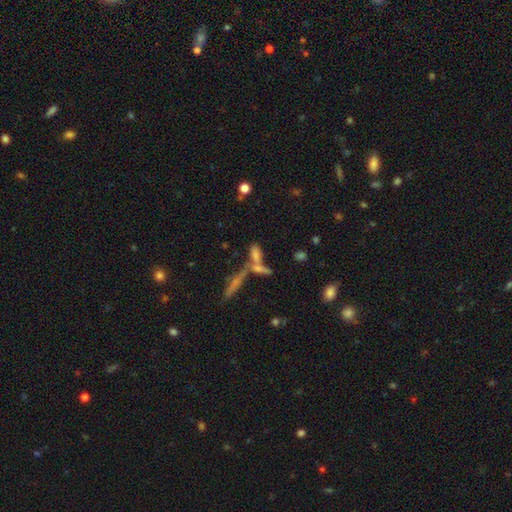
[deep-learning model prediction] This appears to be a smooth galaxy with no disk features (52%) that is cigar-shaped (49%). Merging: merger (45%).